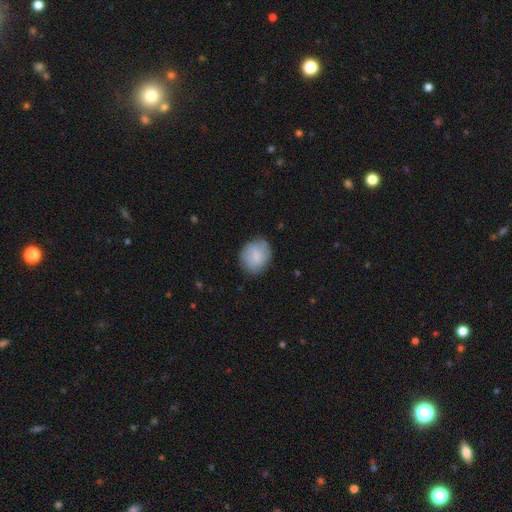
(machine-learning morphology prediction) This is clearly a smooth galaxy (83%). How rounded: likely round (63%). Merging: likely none (77%).